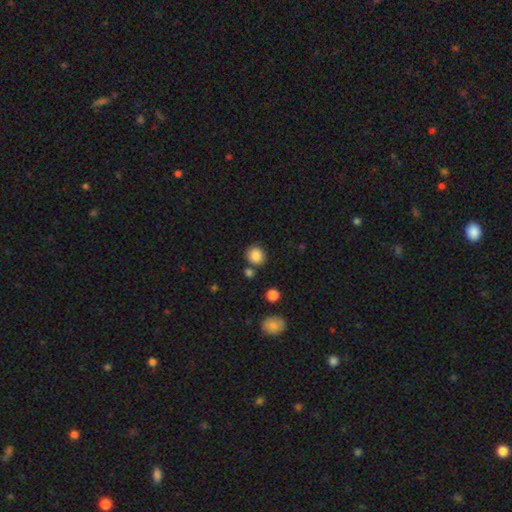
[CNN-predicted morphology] Smooth or featured? smooth (87%)
How rounded? round (85%)
Merging? none (79%)